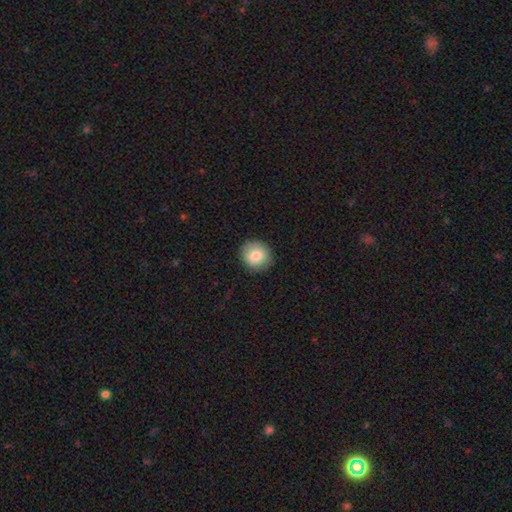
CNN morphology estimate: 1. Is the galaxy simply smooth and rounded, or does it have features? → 81% smooth, 11% featured or disk, 8% star or artifact.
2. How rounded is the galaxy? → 87% round, 12% in between, 1% cigar-shaped.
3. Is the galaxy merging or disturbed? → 89% none, 8% minor disturbance, 2% major disturbance, 1% merger.